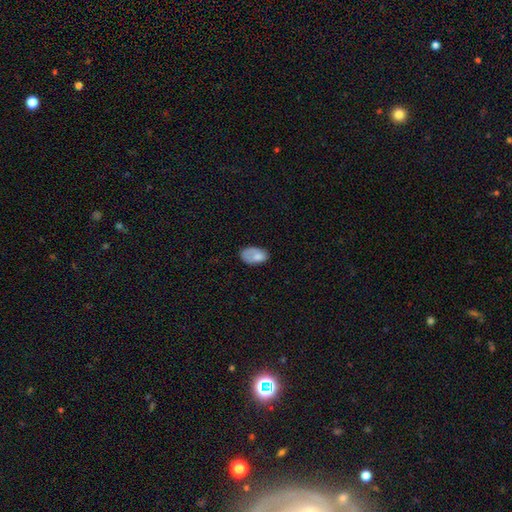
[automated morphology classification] type=smooth (75%); roundness=in between (91%); merging=none (44%).